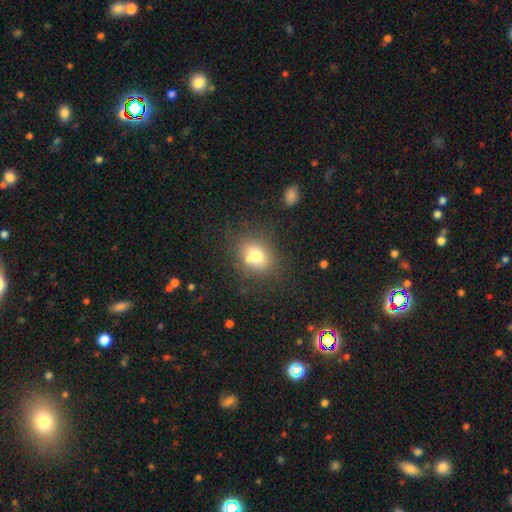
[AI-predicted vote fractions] smooth 72%, featured or disk 16%, star or artifact 13%. Down the decision tree: how rounded — round (51%); merging — none (62%).